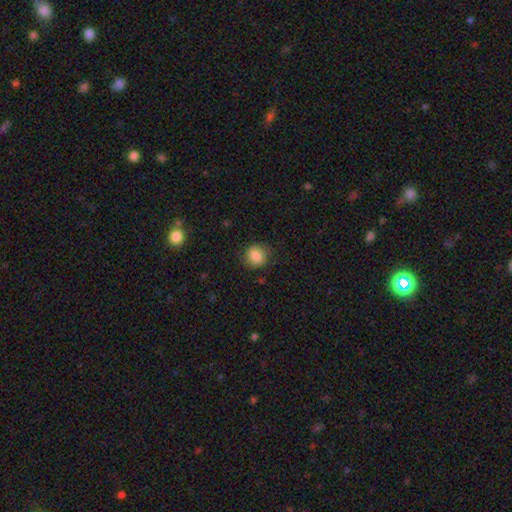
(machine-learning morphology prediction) Overall: smooth (85%). How rounded: round (85%). Merging: none (82%).